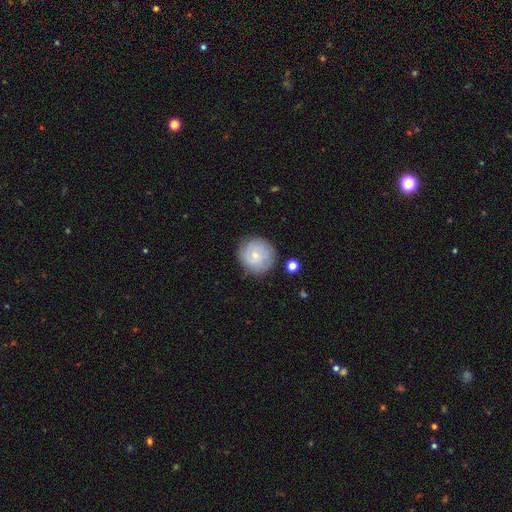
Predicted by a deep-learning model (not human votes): Morphology: type=smooth (59%); roundness=round (94%); merging=none (80%).